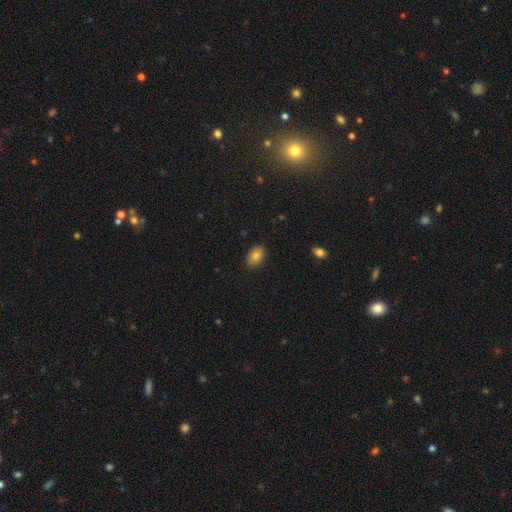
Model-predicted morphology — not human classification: The model was most divided on "smooth or featured": smooth: 81%, featured or disk: 10%, star or artifact: 9%. More confident: merging — none (87%); how rounded — in between (86%).